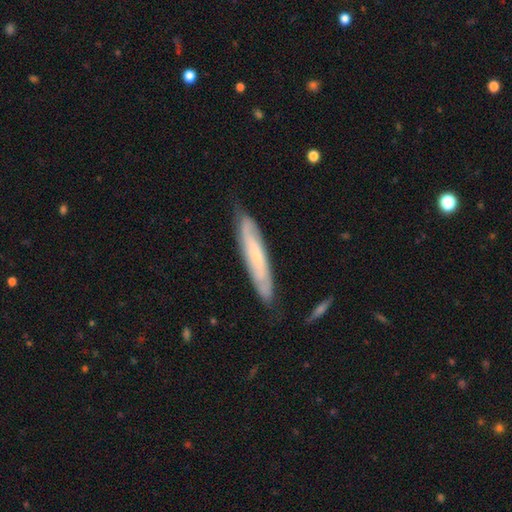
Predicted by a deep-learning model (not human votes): A featured or disk galaxy (55%) viewed edge-on (51%). Merging: none (77%).